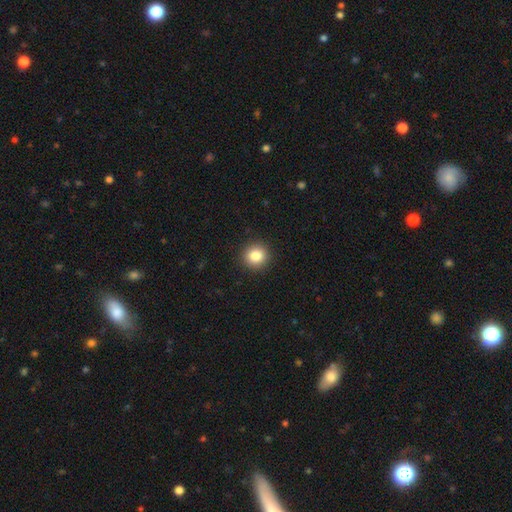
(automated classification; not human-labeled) Smooth or featured: smooth — 85% (star or artifact — 10%)
How rounded: round — 90% (in between — 10%)
Merging: none — 92% (minor disturbance — 5%)